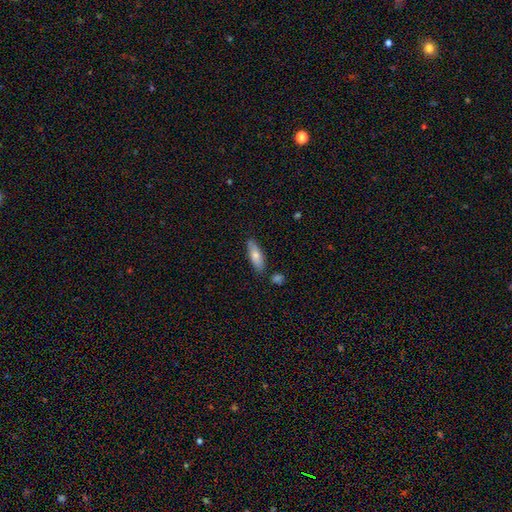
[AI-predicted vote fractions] A smooth galaxy with no disk features (74%) that is in between round and cigar-shaped (57%). Merging: none (83%).